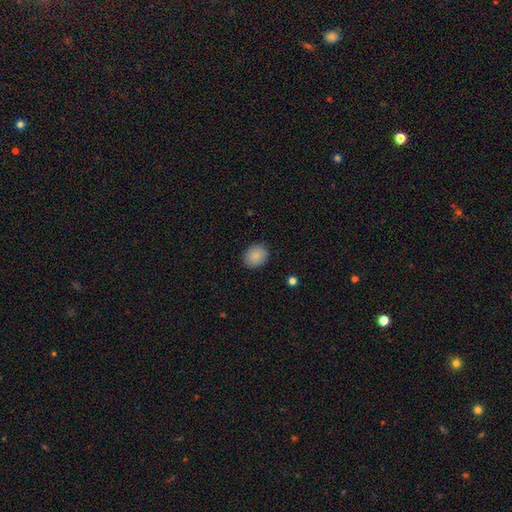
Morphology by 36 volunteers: smooth 86%, featured or disk 14%, star or artifact 0%. Down the decision tree: how rounded — in between (71%); merging — none (94%).